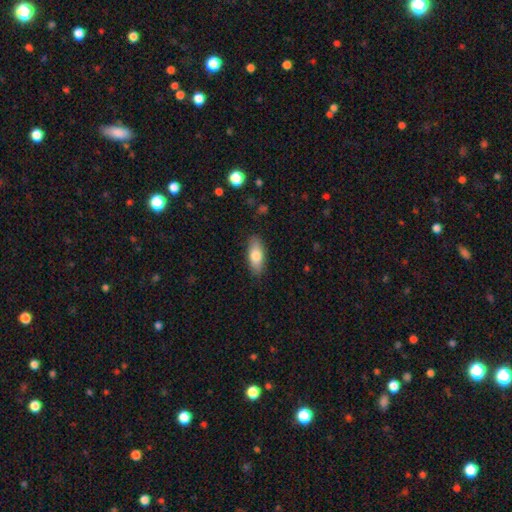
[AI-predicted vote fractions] Smooth or featured: smooth — 77% (featured or disk — 17%)
How rounded: in between — 81% (cigar-shaped — 16%)
Merging: none — 87% (minor disturbance — 10%)